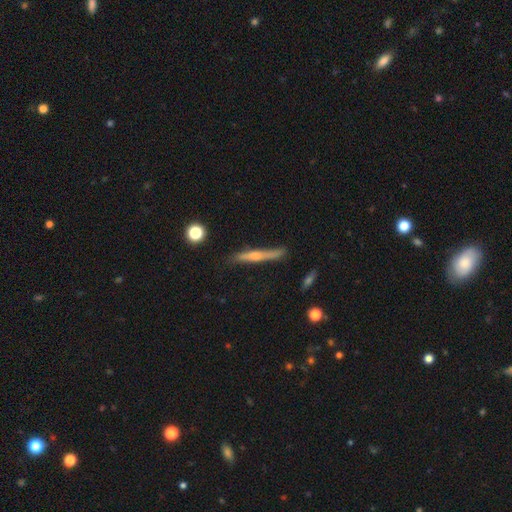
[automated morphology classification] The model was most divided on "smooth or featured": featured or disk: 47%, smooth: 46%, star or artifact: 7%. More confident: merging — none (75%).